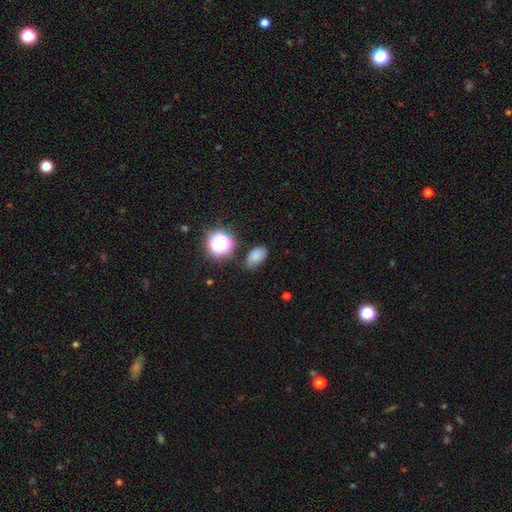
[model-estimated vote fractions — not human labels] Q: Smooth or featured?
A: smooth (75%); runner-up: star or artifact (16%)
Q: How rounded?
A: in between (84%); runner-up: round (14%)
Q: Merging?
A: none (66%); runner-up: minor disturbance (24%)